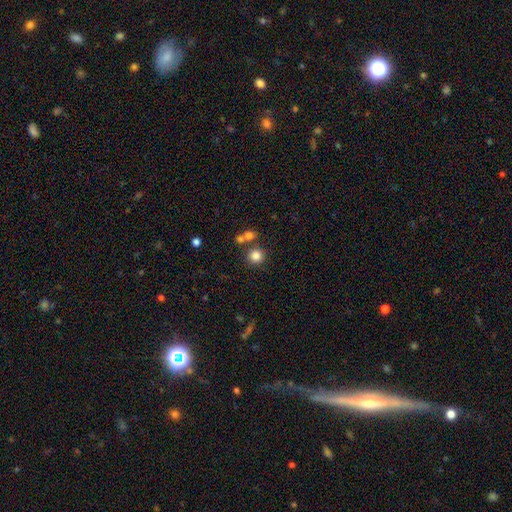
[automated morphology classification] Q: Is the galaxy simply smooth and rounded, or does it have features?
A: smooth — 82%.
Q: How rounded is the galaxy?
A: round — 90%.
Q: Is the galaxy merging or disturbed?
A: none — 73%.